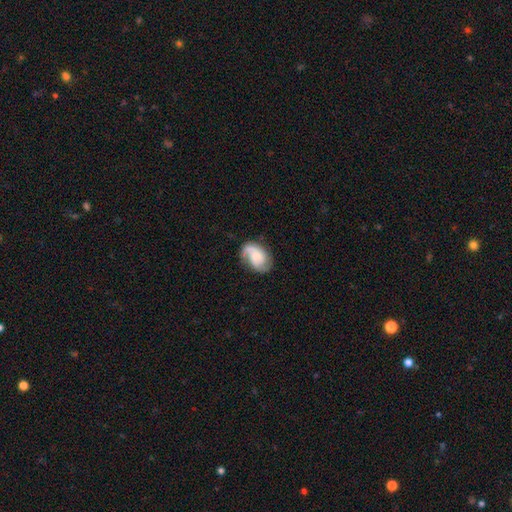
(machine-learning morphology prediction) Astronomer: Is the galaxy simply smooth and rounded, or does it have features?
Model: featured or disk — 70%.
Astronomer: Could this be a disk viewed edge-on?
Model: no — 97%.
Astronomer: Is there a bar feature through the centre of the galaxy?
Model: no — 65%.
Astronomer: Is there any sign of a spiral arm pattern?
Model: yes — 94%.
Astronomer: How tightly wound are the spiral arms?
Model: medium — 44% (runner-up: loose, 28%).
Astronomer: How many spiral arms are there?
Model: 2 — 70%.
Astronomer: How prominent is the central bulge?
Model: small — 45% (runner-up: moderate, 39%).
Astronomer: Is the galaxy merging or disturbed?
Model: none — 66%.